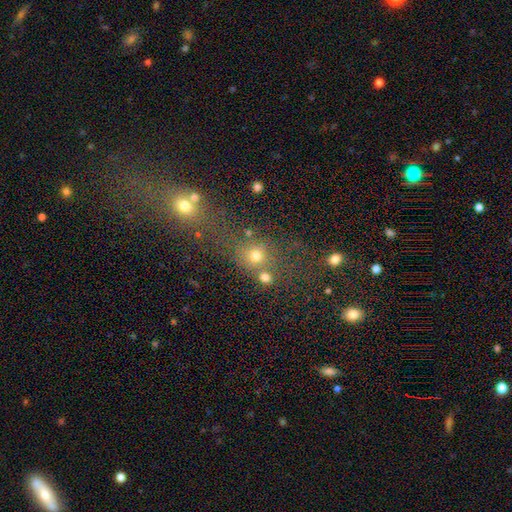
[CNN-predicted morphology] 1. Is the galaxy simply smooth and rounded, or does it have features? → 66% smooth, 21% star or artifact, 13% featured or disk.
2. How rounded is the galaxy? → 77% round, 20% in between, 3% cigar-shaped.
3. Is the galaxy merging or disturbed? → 50% none, 30% merger, 11% minor disturbance, 9% major disturbance.